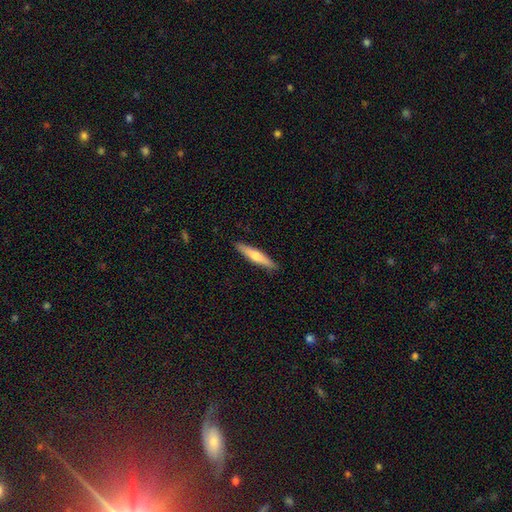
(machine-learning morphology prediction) Smooth or featured? smooth (53%)
How rounded? cigar-shaped (89%)
Merging? none (91%)